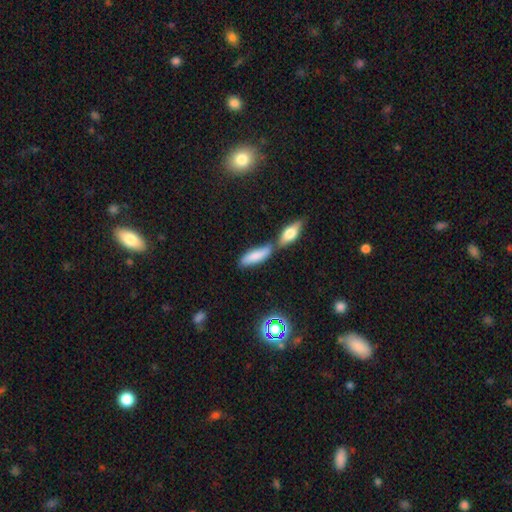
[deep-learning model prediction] Smooth or featured? smooth (79%)
How rounded? in between (55%)
Merging? none (43%)